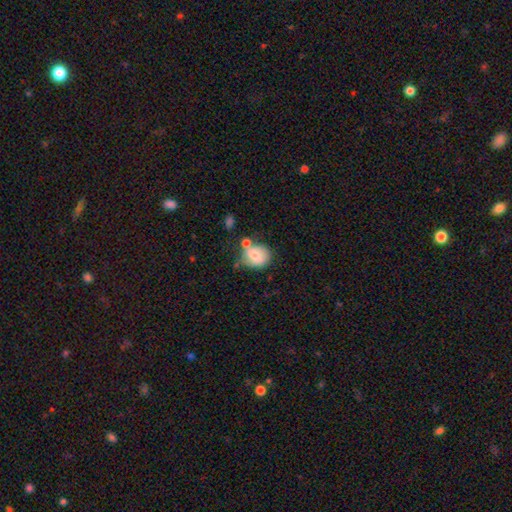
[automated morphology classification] Smooth or featured? Predicted: smooth (p=0.75). How rounded? Predicted: round (p=0.64). Merging? Predicted: none (p=0.53).